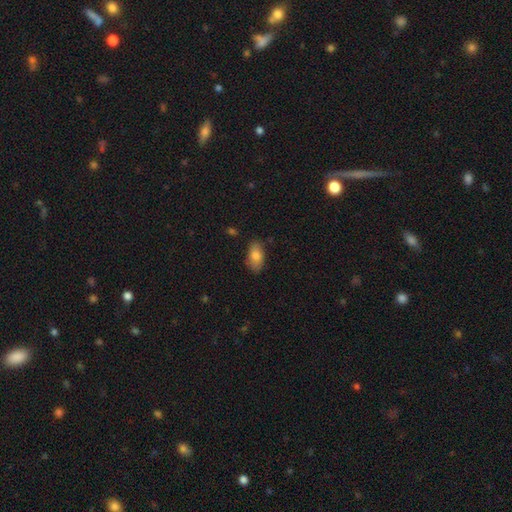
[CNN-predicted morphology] This is clearly a smooth galaxy (80%). How rounded: clearly in between (92%). Merging: clearly none (80%).